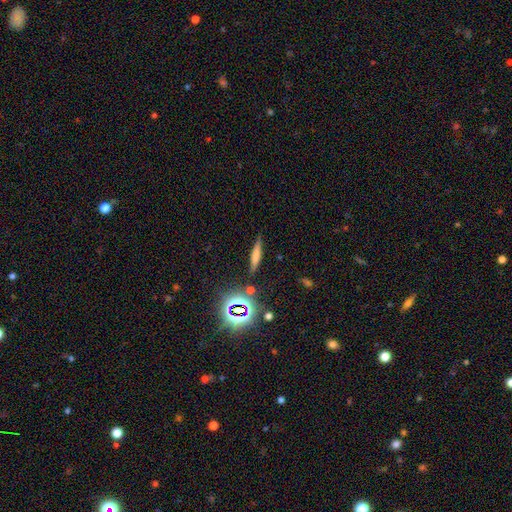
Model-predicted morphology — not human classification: Smooth or featured? Predicted: smooth (p=0.58). How rounded? Predicted: cigar-shaped (p=0.84). Merging? Predicted: none (p=0.79).